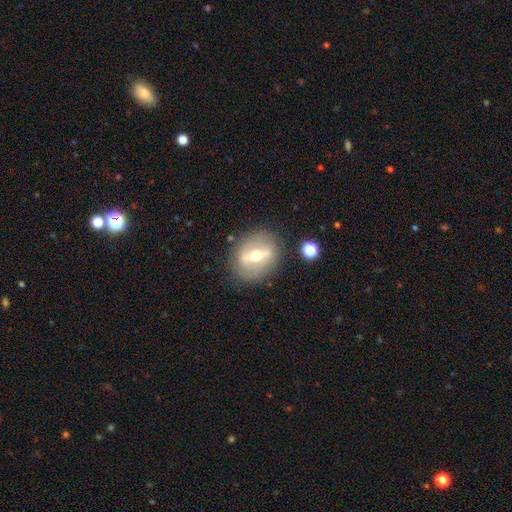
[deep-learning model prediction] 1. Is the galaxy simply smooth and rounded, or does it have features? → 66% featured or disk, 26% smooth, 8% star or artifact.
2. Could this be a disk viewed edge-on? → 82% no, 18% yes.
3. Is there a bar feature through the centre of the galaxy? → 62% strong, 27% weak, 11% no.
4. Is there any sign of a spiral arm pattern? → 78% no, 22% yes.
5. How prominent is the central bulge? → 71% moderate, 18% small, 8% large, 1% dominant, 1% none.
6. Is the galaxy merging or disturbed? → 81% none, 12% minor disturbance, 5% major disturbance, 2% merger.